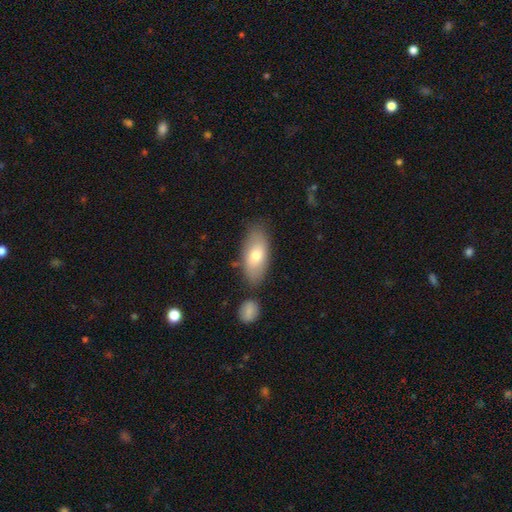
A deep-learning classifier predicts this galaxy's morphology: smooth_or_featured: smooth (p=0.71) [alt: featured or disk p=0.22]
how_rounded: in between (p=0.87) [alt: cigar-shaped p=0.10]
merging: none (p=0.74) [alt: minor disturbance p=0.15]